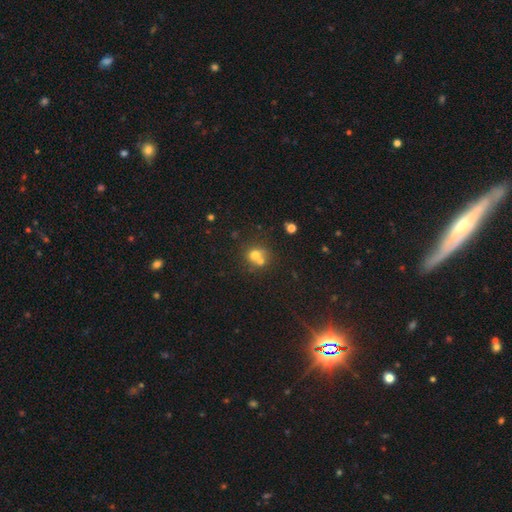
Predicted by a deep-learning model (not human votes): The model was most divided on "merging": none: 45%, merger: 42%, minor disturbance: 8%, major disturbance: 4%. More confident: how rounded — round (82%); smooth or featured — smooth (67%).